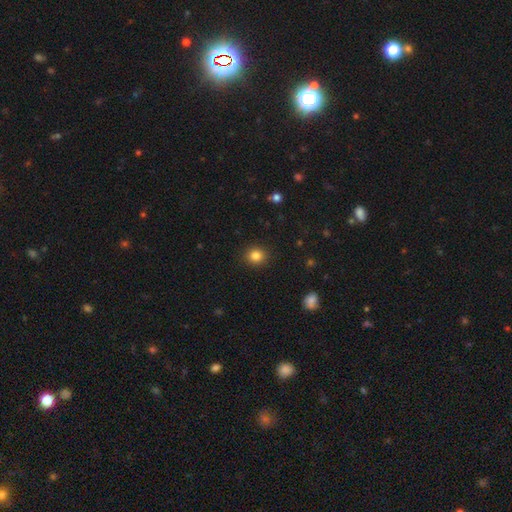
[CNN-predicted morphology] smooth_or_featured: smooth (p=0.84) [alt: star or artifact p=0.11]
how_rounded: round (p=0.83) [alt: in between p=0.16]
merging: none (p=0.91) [alt: minor disturbance p=0.06]